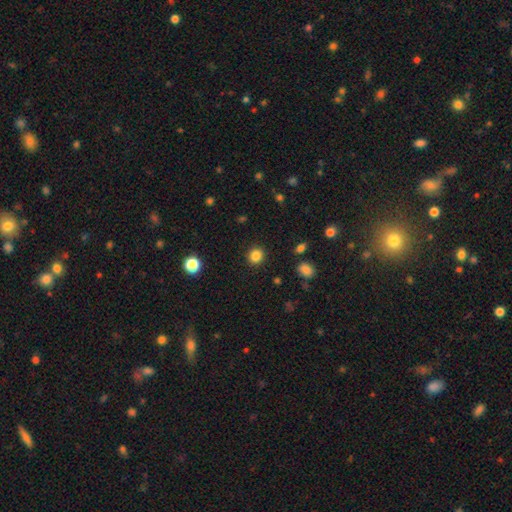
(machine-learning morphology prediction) This is clearly a smooth galaxy (84%). How rounded: clearly round (87%). Merging: clearly none (91%).